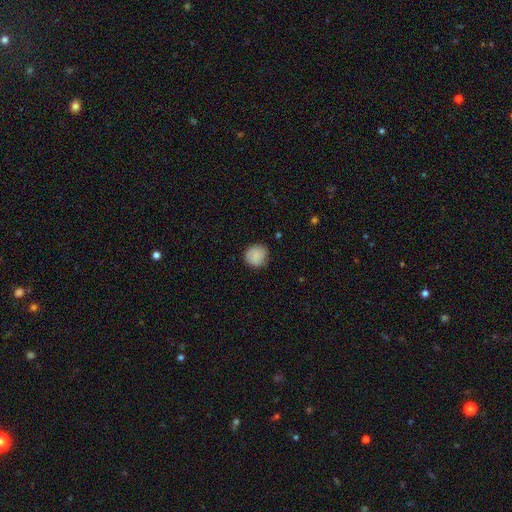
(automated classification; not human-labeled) smooth-or-featured: smooth: 81% | featured or disk: 11% | star or artifact: 8%
  how-rounded: round: 89% | in between: 10% | cigar-shaped: 1%
  merging: none: 83% | minor disturbance: 13% | major disturbance: 3% | merger: 1%